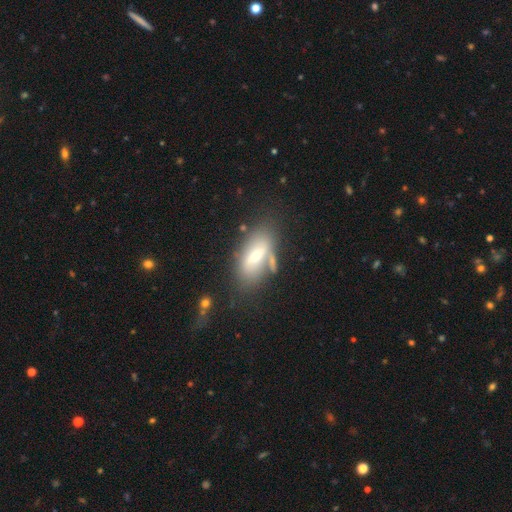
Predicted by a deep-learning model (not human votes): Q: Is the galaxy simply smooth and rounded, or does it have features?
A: smooth — 58%.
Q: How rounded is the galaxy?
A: in between — 80%.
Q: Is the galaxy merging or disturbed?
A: none — 51%.